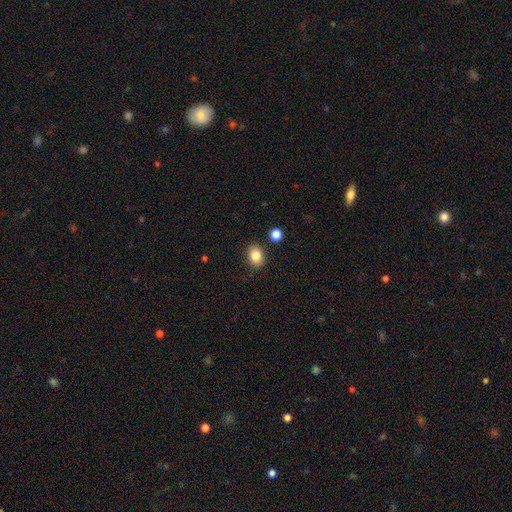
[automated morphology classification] Smooth or featured? smooth (85%)
How rounded? in between (63%)
Merging? none (84%)